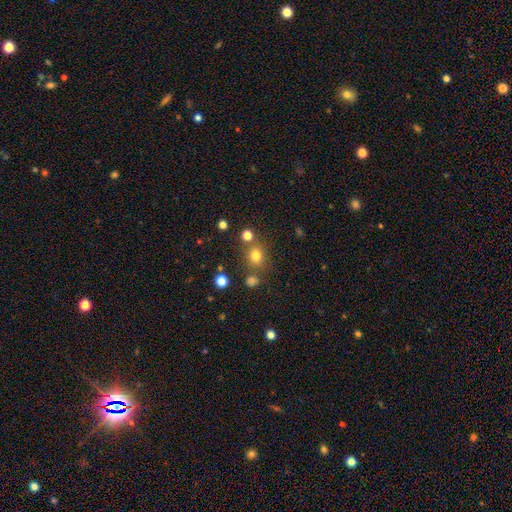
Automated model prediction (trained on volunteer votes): This appears to be a smooth galaxy with no disk features (76%) that is round (76%). Merging: none (73%).